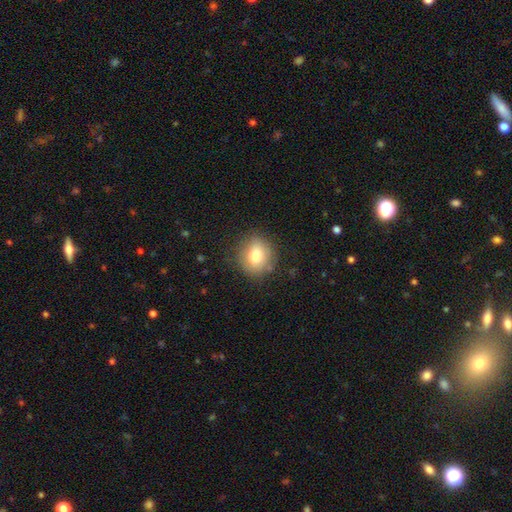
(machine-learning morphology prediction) Smooth or featured: smooth — 79% (featured or disk — 12%)
How rounded: round — 75% (in between — 24%)
Merging: none — 82% (minor disturbance — 13%)